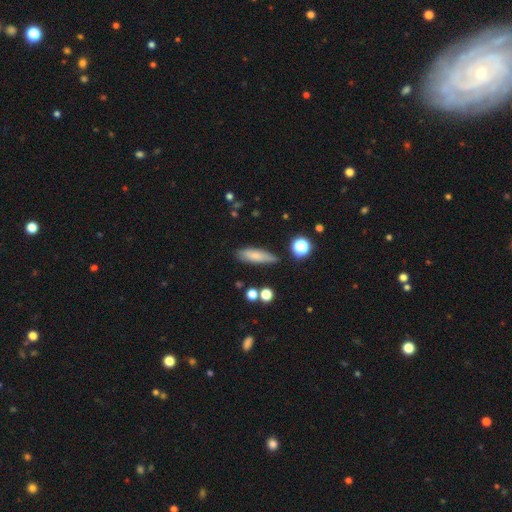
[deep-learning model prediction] Morphology: type=smooth (75%); roundness=cigar-shaped (59%); merging=none (71%).